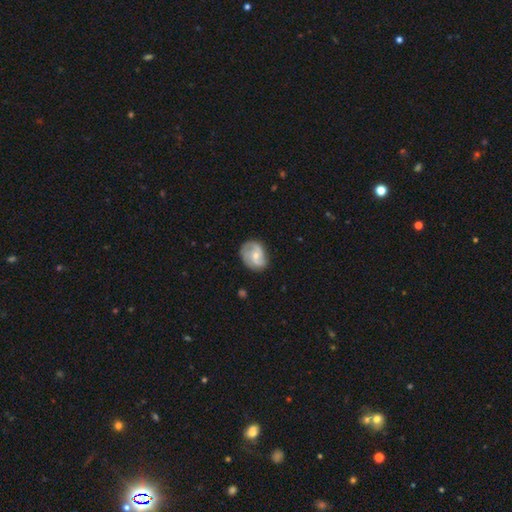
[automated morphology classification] This is likely a featured or disk galaxy (66%). It is clearly not viewed edge-on (97%). Bar: possibly no (53%). Spiral arm pattern: clearly yes (89%). Spiral arm count: likely 2 (63%). Spiral winding: marginally medium (44%). Central bulge: possibly small (50%). Merging: likely none (69%).